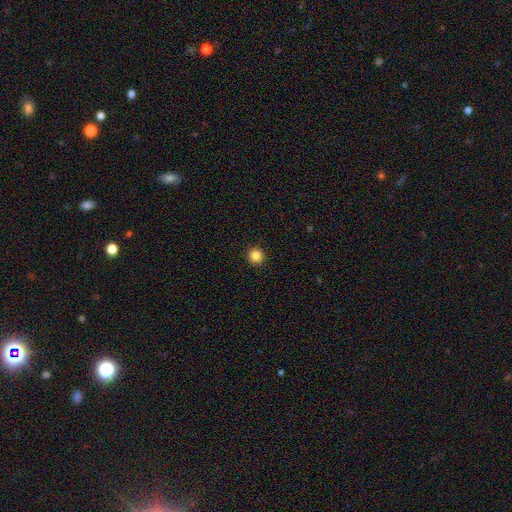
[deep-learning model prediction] Smooth or featured: smooth — 85% (star or artifact — 11%)
How rounded: round — 94% (in between — 5%)
Merging: none — 94% (minor disturbance — 4%)